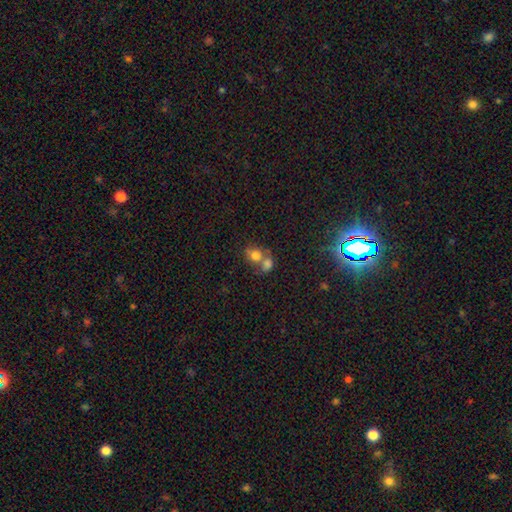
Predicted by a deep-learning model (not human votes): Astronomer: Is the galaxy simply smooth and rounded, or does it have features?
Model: smooth — 74%.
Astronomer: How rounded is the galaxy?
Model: round — 56% (runner-up: in between, 43%).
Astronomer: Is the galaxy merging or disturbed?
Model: merger — 59%.